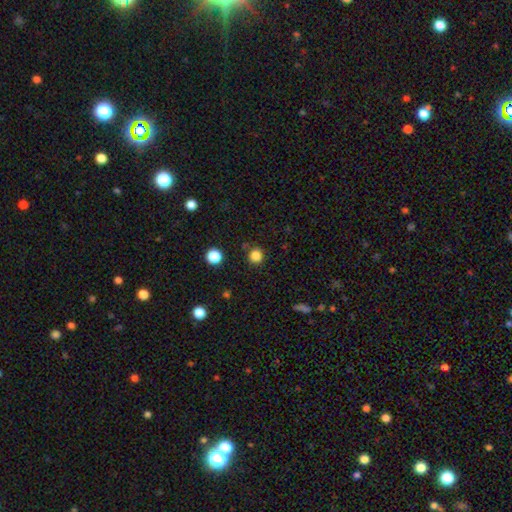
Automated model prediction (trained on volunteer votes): Smooth or featured? smooth (83%)
How rounded? round (93%)
Merging? none (87%)